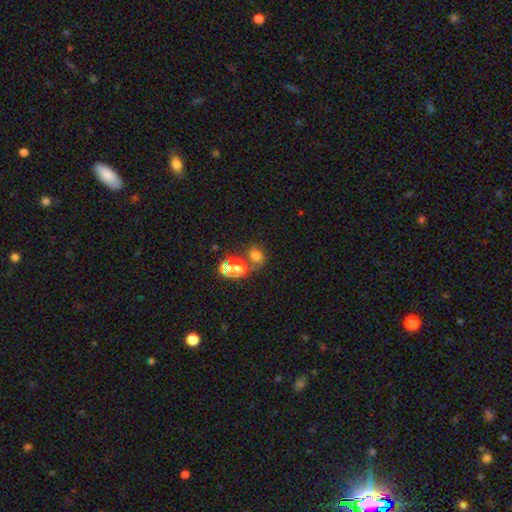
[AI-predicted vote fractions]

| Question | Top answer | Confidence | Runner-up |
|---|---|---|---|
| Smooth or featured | smooth | 66% | star or artifact (25%) |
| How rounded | round | 65% | in between (34%) |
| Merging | none | 59% | merger (23%) |